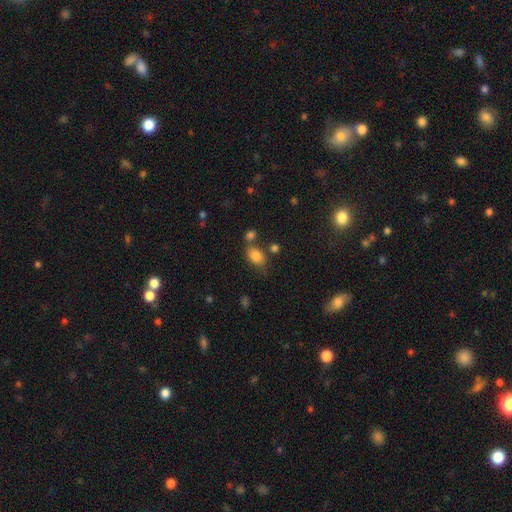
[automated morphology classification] A smooth galaxy with no disk features (82%) that is in between round and cigar-shaped (77%). Merging: none (64%).